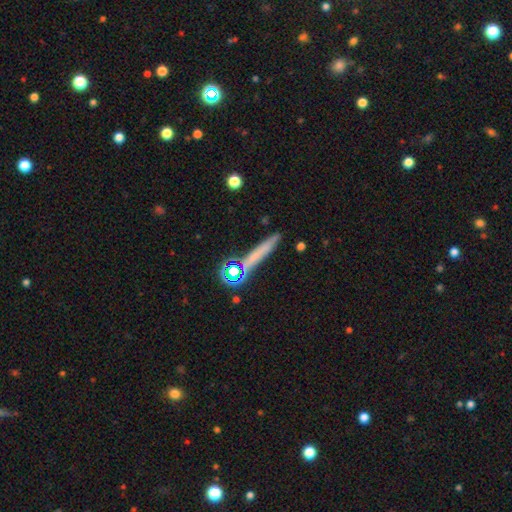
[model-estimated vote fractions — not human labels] Smooth or featured? smooth (56%)
How rounded? cigar-shaped (85%)
Merging? none (78%)